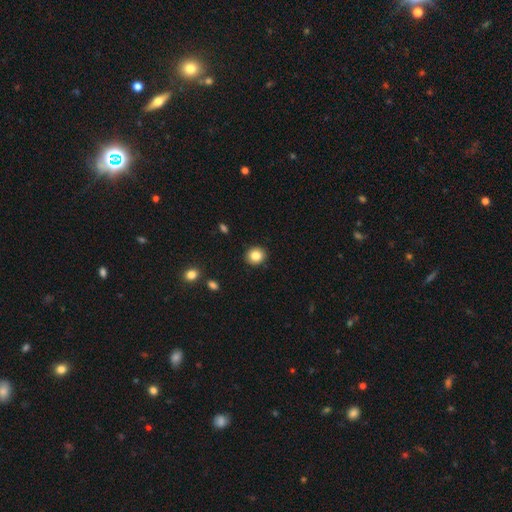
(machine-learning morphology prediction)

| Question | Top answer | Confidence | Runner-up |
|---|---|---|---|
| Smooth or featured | smooth | 84% | star or artifact (10%) |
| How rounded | round | 83% | in between (16%) |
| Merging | none | 92% | minor disturbance (6%) |